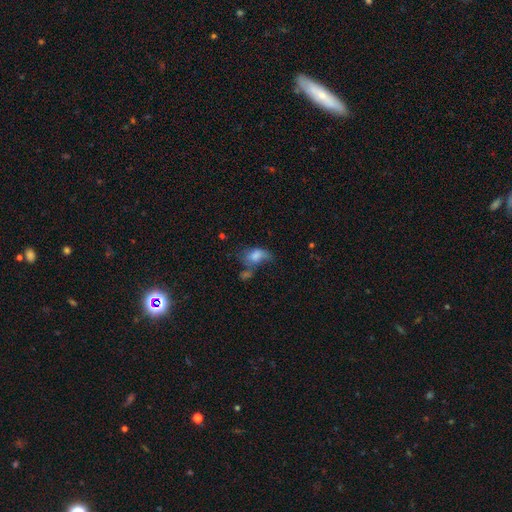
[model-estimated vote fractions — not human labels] A smooth galaxy with no disk features (67%) that is in between round and cigar-shaped (83%). Merging: major disturbance (30%).